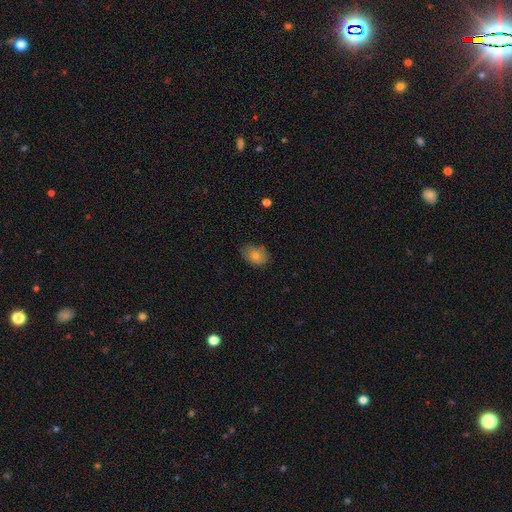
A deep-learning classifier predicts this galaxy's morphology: Smooth or featured? Predicted: smooth (p=0.72). How rounded? Predicted: in between (p=0.73). Merging? Predicted: none (p=0.77).